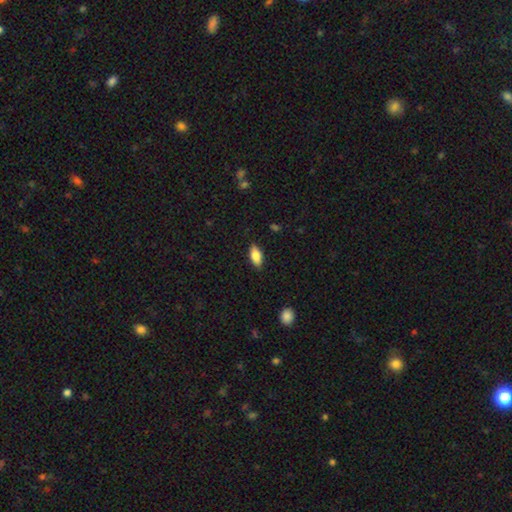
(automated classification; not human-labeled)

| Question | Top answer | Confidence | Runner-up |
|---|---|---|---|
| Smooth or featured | smooth | 78% | featured or disk (16%) |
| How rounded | in between | 85% | cigar-shaped (12%) |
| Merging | none | 86% | minor disturbance (10%) |